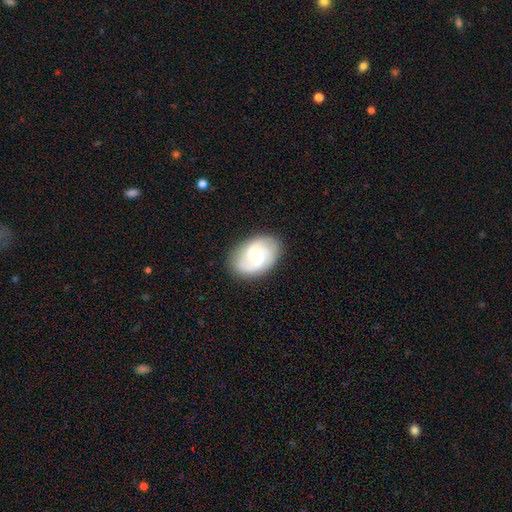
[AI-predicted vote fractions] This is likely a featured or disk galaxy (66%). It is clearly not viewed edge-on (97%). Bar: possibly weak (47%). Spiral arm pattern: clearly yes (93%). Spiral arm count: likely 2 (63%). Spiral winding: possibly medium (46%). Central bulge: possibly small (53%). Merging: clearly none (80%).